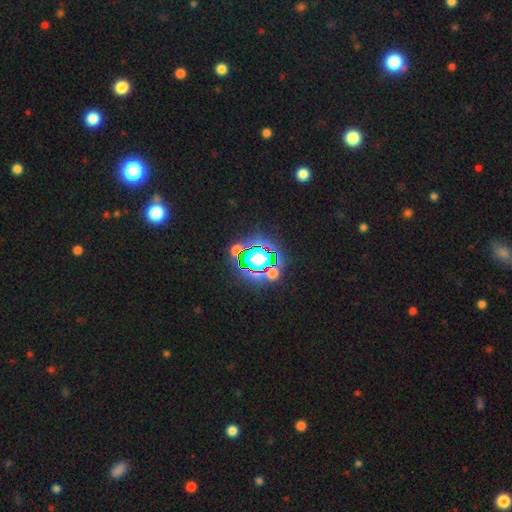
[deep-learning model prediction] Smooth or featured: star or artifact — 80% (smooth — 13%)